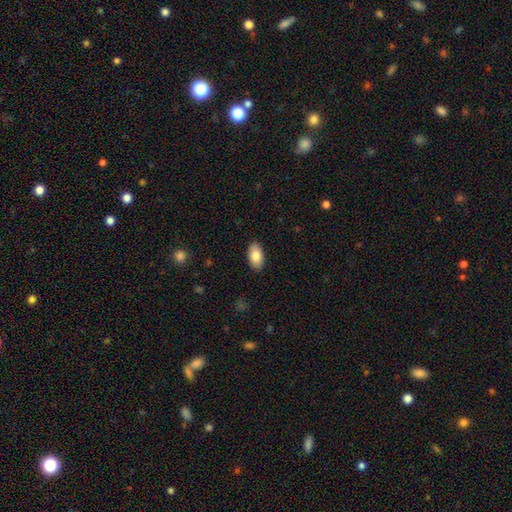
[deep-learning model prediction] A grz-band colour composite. It shows a smooth galaxy with no disk features (83%) that is in between round and cigar-shaped (95%). Merging: none (89%).